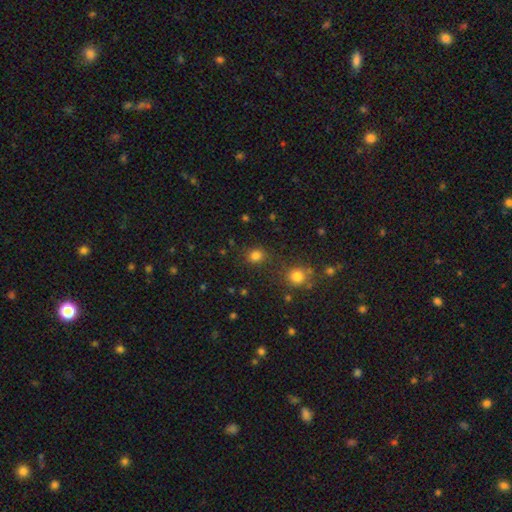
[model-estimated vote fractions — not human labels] This appears to be a smooth galaxy with no disk features (81%) that is round (79%). Merging: none (79%).